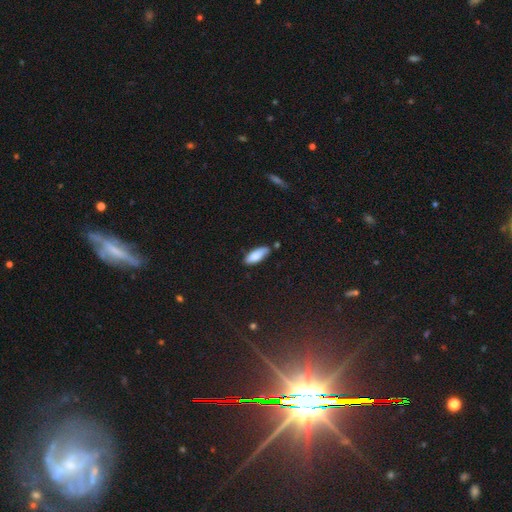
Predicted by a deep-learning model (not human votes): The model was most divided on "merging": none: 68%, minor disturbance: 24%, merger: 5%, major disturbance: 4%. More confident: smooth or featured — smooth (82%); how rounded — in between (71%).